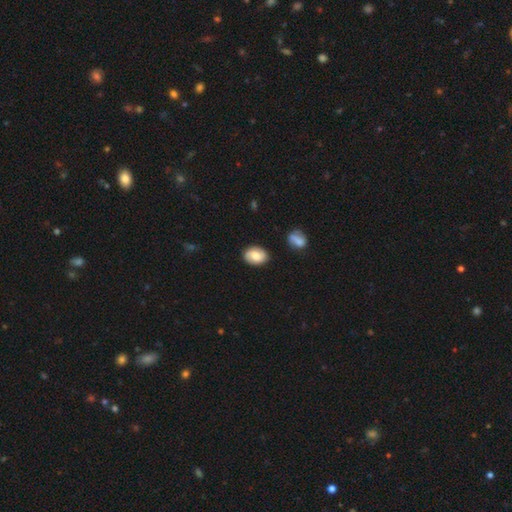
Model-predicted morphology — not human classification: Smooth or featured?
  - smooth: 63% *
  - featured or disk: 29%
  - star or artifact: 8%
How rounded?
  - in between: 74% *
  - round: 25%
  - cigar-shaped: 1%
Merging?
  - none: 81% *
  - minor disturbance: 13%
  - merger: 3%
  - major disturbance: 3%